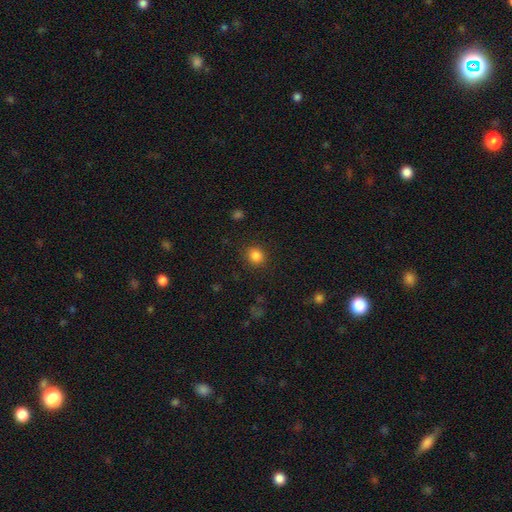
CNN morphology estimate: smooth-or-featured: smooth: 84% | star or artifact: 11% | featured or disk: 4%
  how-rounded: round: 82% | in between: 17% | cigar-shaped: 1%
  merging: none: 90% | minor disturbance: 7% | major disturbance: 2% | merger: 1%